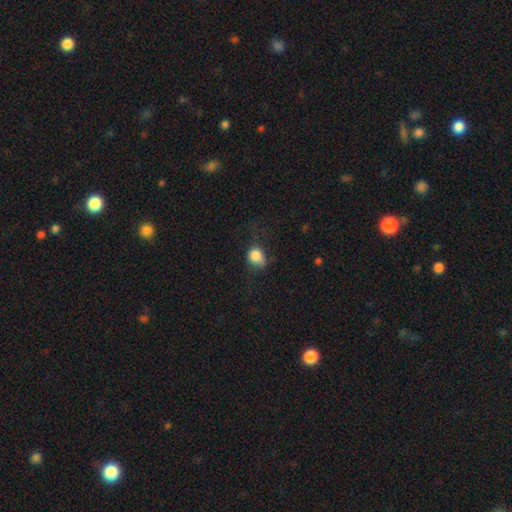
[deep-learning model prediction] Smooth or featured: smooth — 83% (star or artifact — 10%)
How rounded: round — 62% (in between — 37%)
Merging: none — 46% (minor disturbance — 33%)